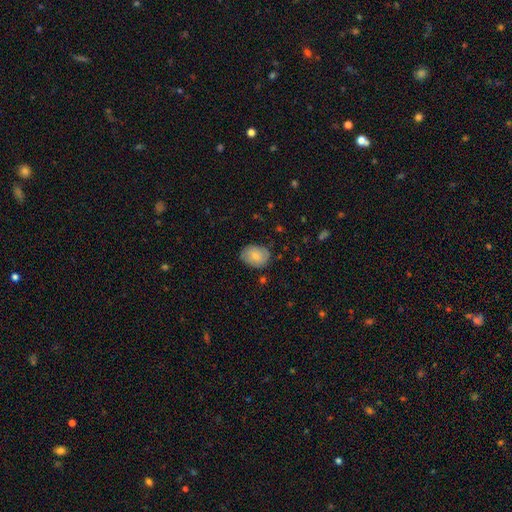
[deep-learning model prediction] smooth 75%, featured or disk 18%, star or artifact 7%. Down the decision tree: how rounded — in between (65%); merging — none (77%).